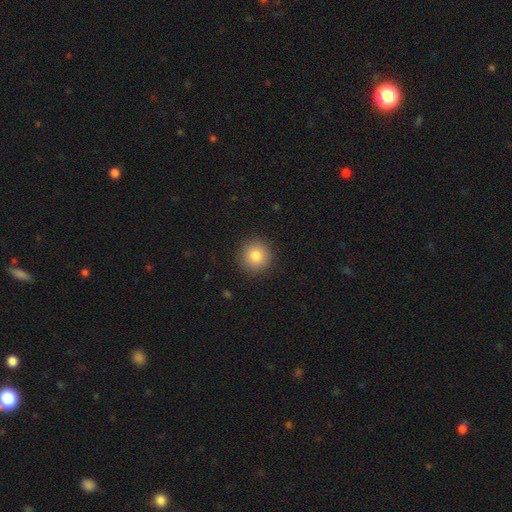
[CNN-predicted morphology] A smooth galaxy with no disk features (84%) that is round (95%).

Vote fractions:
- Smooth or featured? smooth: 84% / star or artifact: 10% / featured or disk: 7%
- How rounded? round: 95% / in between: 5% / cigar-shaped: 1%
- Merging? none: 91% / minor disturbance: 6% / major disturbance: 2% / merger: 1%